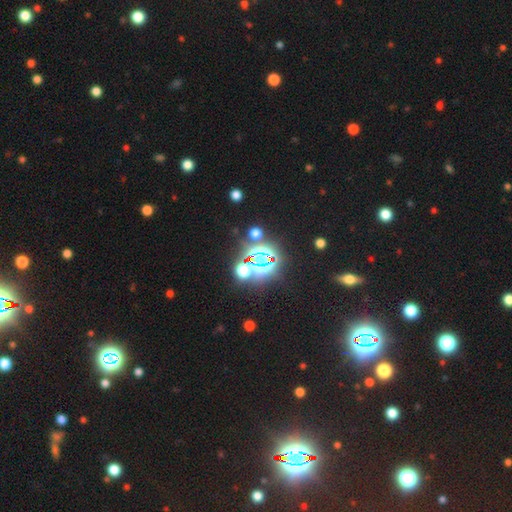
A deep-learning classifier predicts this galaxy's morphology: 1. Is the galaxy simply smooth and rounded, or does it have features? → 77% star or artifact, 14% smooth, 9% featured or disk.